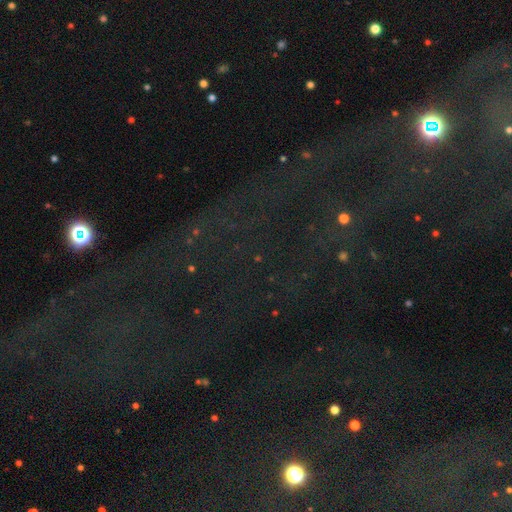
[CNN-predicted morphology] Smooth or featured? Predicted: star or artifact (p=0.77).